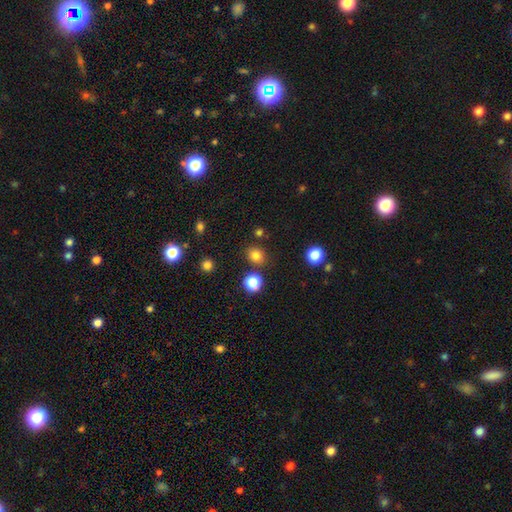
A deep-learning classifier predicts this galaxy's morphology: Smooth or featured: smooth — 79% (star or artifact — 16%)
How rounded: round — 68% (in between — 31%)
Merging: none — 81% (minor disturbance — 9%)